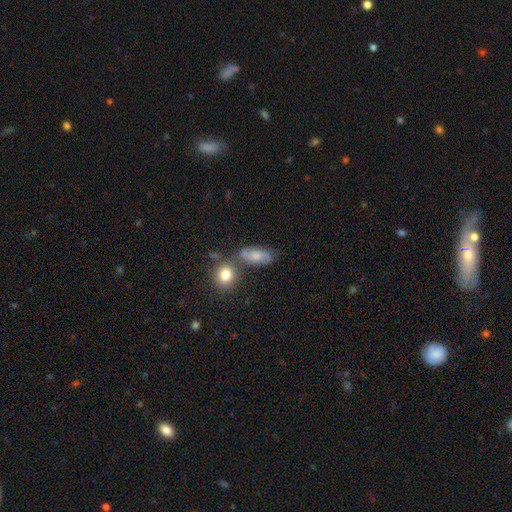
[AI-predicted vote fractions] A smooth galaxy with no disk features (54%) that is in between round and cigar-shaped (72%). Merging: none (60%).